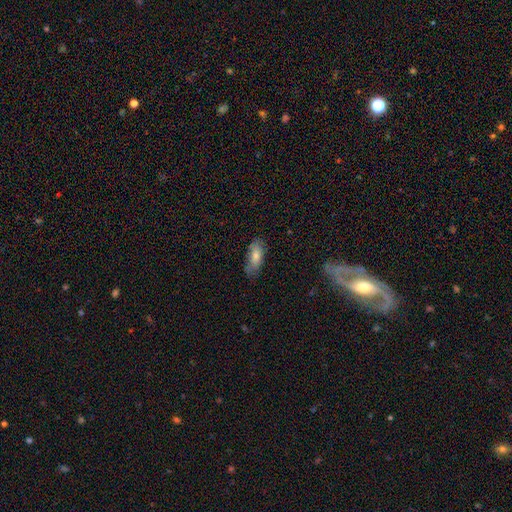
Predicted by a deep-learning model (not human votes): This is likely a smooth galaxy (75%). How rounded: likely in between (78%). Merging: likely none (72%).